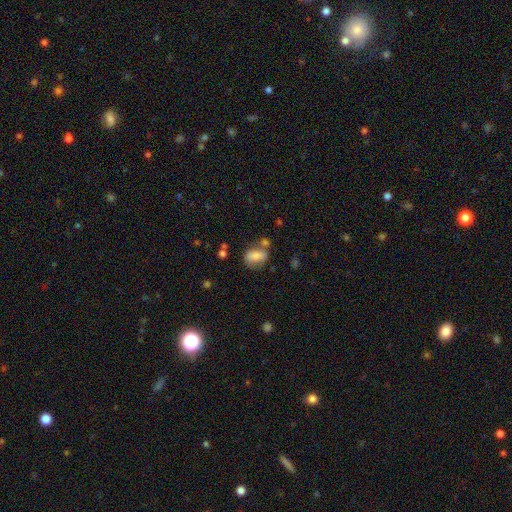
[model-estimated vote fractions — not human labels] Smooth or featured?
  - smooth: 77% *
  - featured or disk: 14%
  - star or artifact: 9%
How rounded?
  - in between: 80% *
  - round: 16%
  - cigar-shaped: 4%
Merging?
  - none: 54% *
  - minor disturbance: 21%
  - merger: 16%
  - major disturbance: 9%